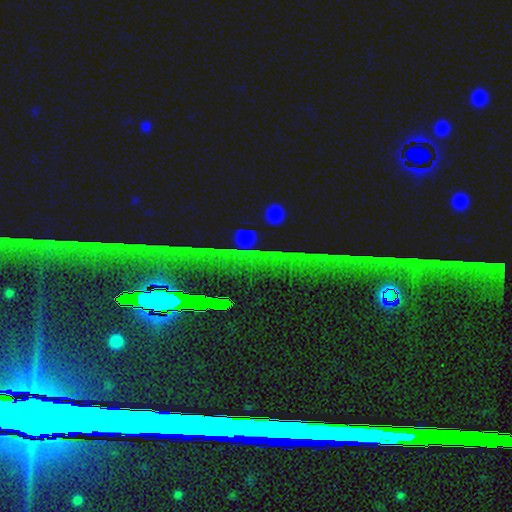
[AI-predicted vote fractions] Smooth or featured: star or artifact — 82% (featured or disk — 10%)